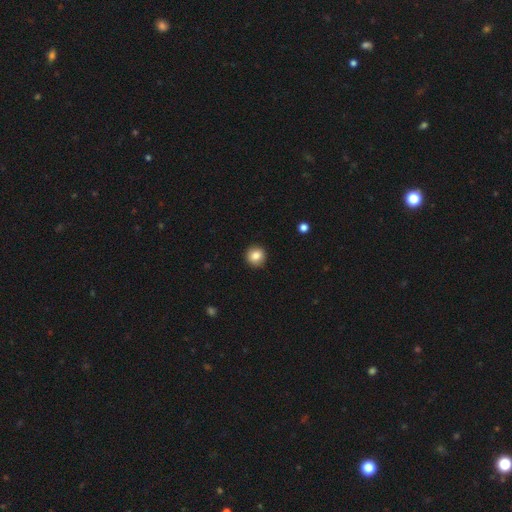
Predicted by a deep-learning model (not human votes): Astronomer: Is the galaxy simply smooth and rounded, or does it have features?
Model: smooth — 85%.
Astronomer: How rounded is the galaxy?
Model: round — 92%.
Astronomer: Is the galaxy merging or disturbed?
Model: none — 91%.